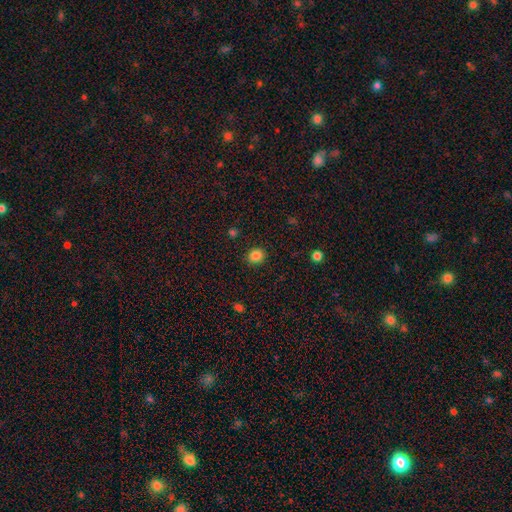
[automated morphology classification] Smooth or featured: smooth — 85% (star or artifact — 11%)
How rounded: round — 75% (in between — 24%)
Merging: none — 91% (minor disturbance — 6%)